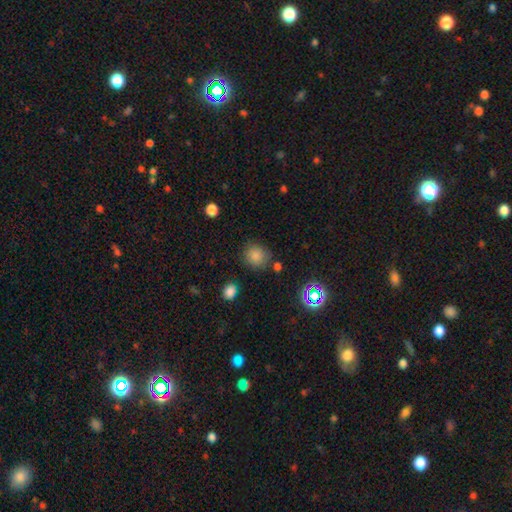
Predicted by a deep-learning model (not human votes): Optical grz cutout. It shows a smooth galaxy with no disk features (82%) that is round (87%). Merging: none (80%).